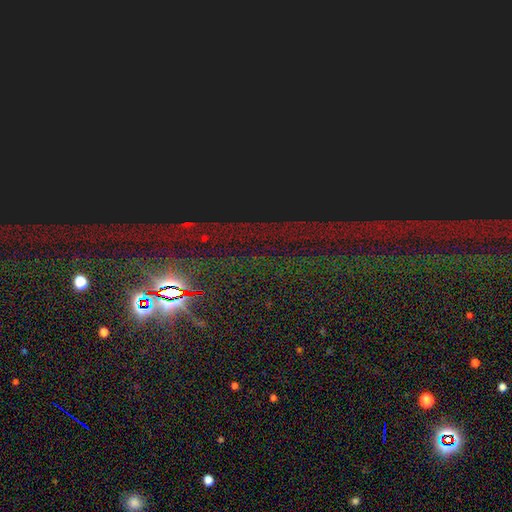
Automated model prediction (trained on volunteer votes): smooth-or-featured: star or artifact: 88% | featured or disk: 6% | smooth: 6%